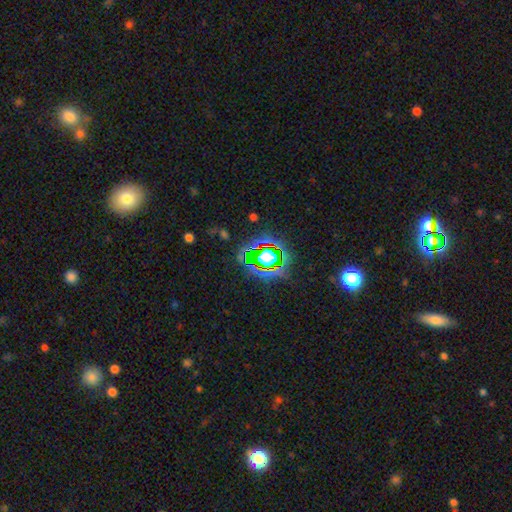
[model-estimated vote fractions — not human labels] Morphology: type=star or artifact (73%).